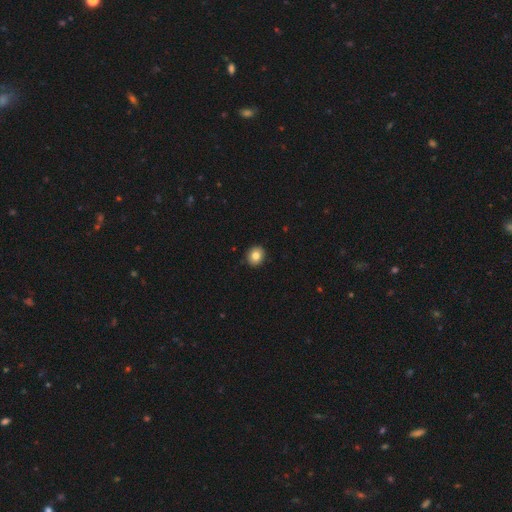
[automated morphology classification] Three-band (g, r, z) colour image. It shows a smooth galaxy with no disk features (82%) that is round (75%). Merging: none (91%).